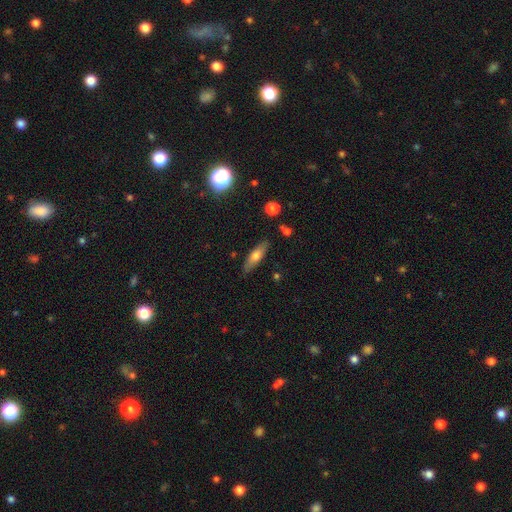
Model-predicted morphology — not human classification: smooth_or_featured: smooth (p=0.55) [alt: featured or disk p=0.38]
how_rounded: cigar-shaped (p=0.60) [alt: in between p=0.37]
merging: none (p=0.85) [alt: minor disturbance p=0.11]